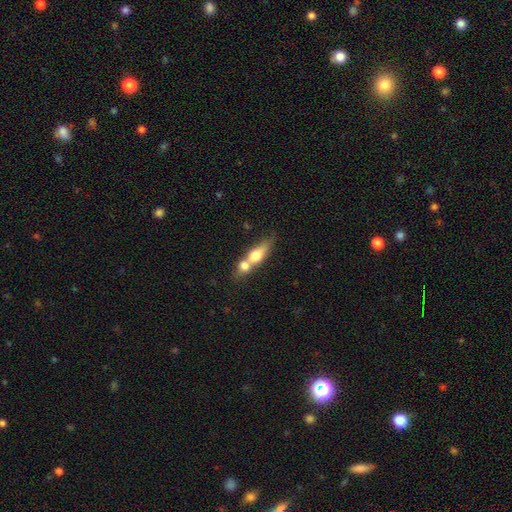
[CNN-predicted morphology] This is possibly a smooth galaxy (59%). How rounded: possibly in between (49%). Merging: likely merger (68%).